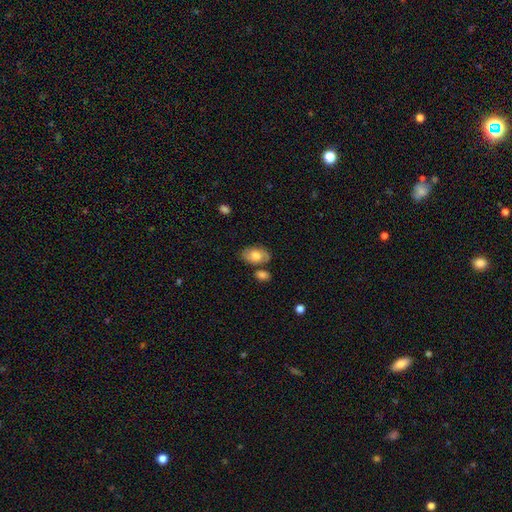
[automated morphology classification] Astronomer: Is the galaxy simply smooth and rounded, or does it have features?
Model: smooth — 68%.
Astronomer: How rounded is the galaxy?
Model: in between — 90%.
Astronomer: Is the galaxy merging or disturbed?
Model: none — 68%.